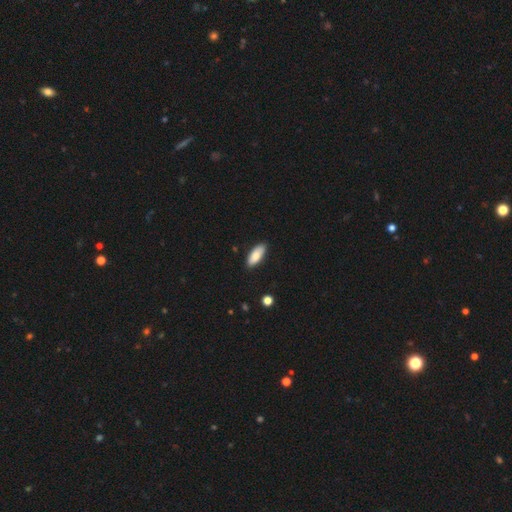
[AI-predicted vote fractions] Smooth or featured? Predicted: smooth (p=0.83). How rounded? Predicted: in between (p=0.77). Merging? Predicted: none (p=0.87).